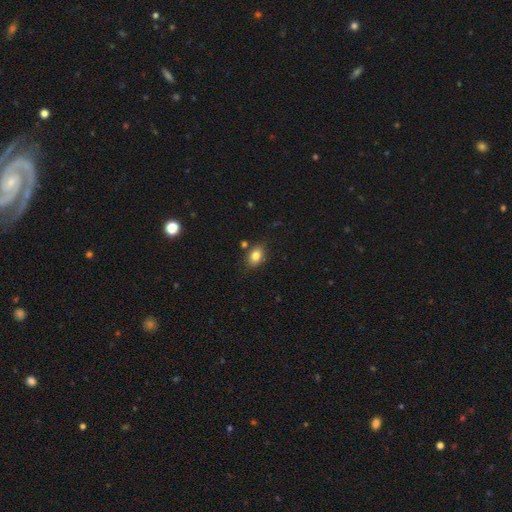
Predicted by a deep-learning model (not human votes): This appears to be a smooth galaxy with no disk features (82%) that is in between round and cigar-shaped (78%). Merging: none (79%).